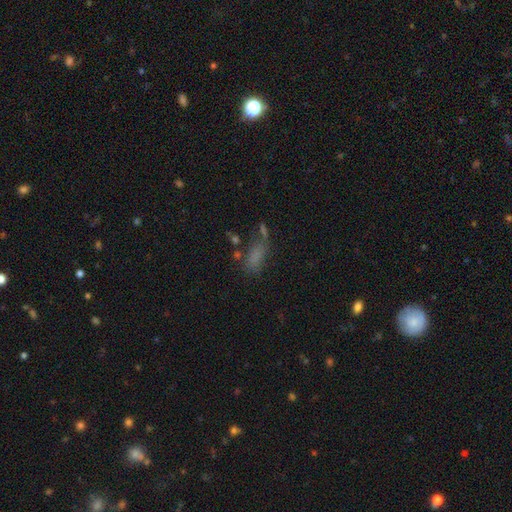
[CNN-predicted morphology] Overall: smooth (66%). How rounded: in between (76%). Merging: none (44%; minor disturbance 20%).